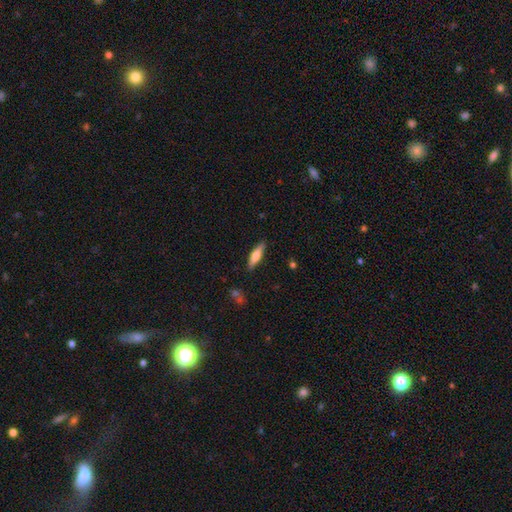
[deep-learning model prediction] A smooth galaxy with no disk features (55%) that is cigar-shaped (70%).

Vote fractions:
- Smooth or featured? smooth: 55% / featured or disk: 39% / star or artifact: 6%
- How rounded? cigar-shaped: 70% / in between: 28% / round: 2%
- Merging? none: 88% / minor disturbance: 9% / major disturbance: 2% / merger: 1%